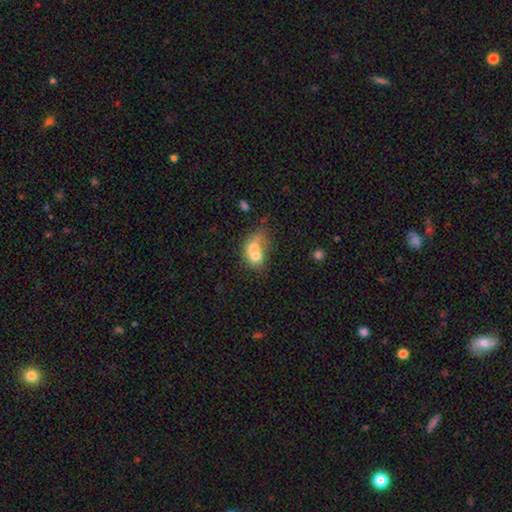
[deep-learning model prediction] The model was most divided on "how rounded": in between: 58%, round: 40%, cigar-shaped: 2%. More confident: merging — merger (67%); smooth or featured — smooth (67%).